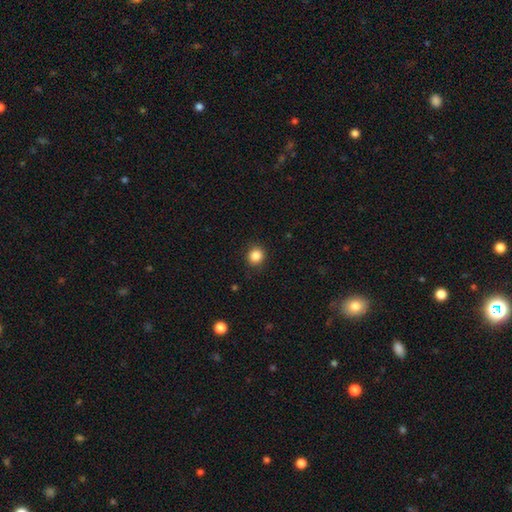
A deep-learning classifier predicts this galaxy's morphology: A smooth galaxy with no disk features (86%) that is round (86%).

Vote fractions:
- Smooth or featured? smooth: 86% / star or artifact: 11% / featured or disk: 4%
- How rounded? round: 86% / in between: 13% / cigar-shaped: 1%
- Merging? none: 89% / minor disturbance: 8% / major disturbance: 2% / merger: 1%